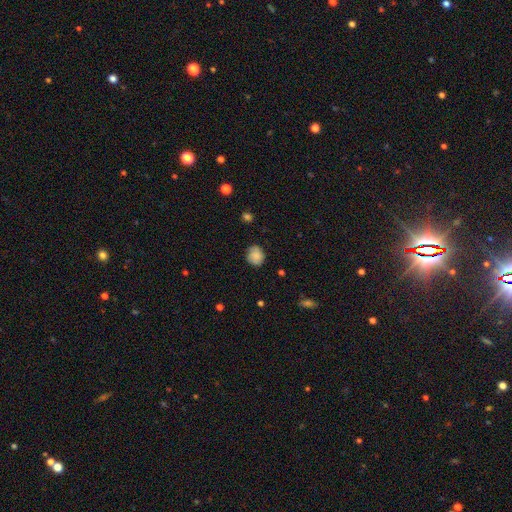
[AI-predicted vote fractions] A smooth galaxy with no disk features (80%) that is round (76%).

Vote fractions:
- Smooth or featured? smooth: 80% / featured or disk: 12% / star or artifact: 8%
- How rounded? round: 76% / in between: 23% / cigar-shaped: 1%
- Merging? none: 75% / minor disturbance: 19% / major disturbance: 4% / merger: 1%